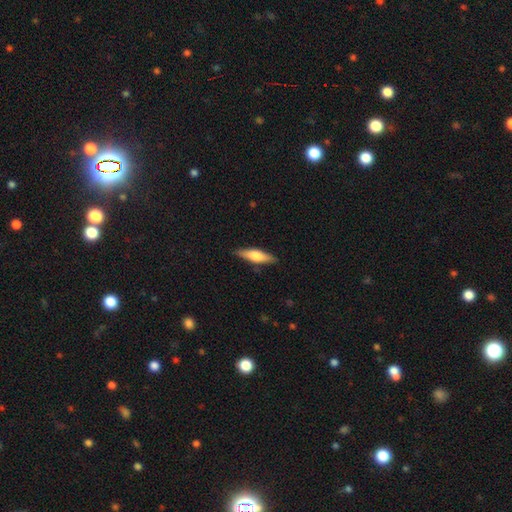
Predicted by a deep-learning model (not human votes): A smooth galaxy with no disk features (57%) that is cigar-shaped (62%).

Vote fractions:
- Smooth or featured? smooth: 57% / featured or disk: 38% / star or artifact: 6%
- How rounded? cigar-shaped: 62% / in between: 36% / round: 2%
- Merging? none: 87% / minor disturbance: 10% / major disturbance: 2% / merger: 1%